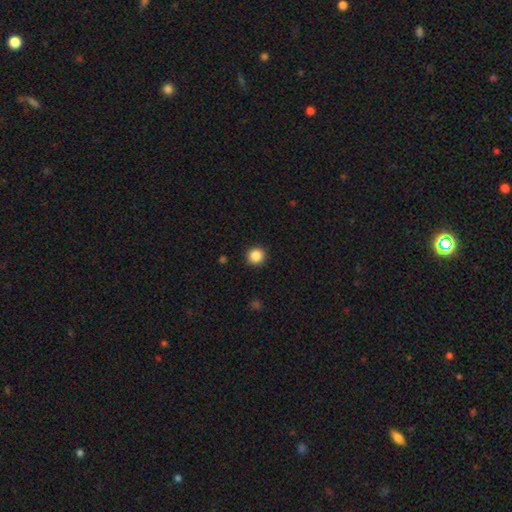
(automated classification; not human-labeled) Smooth or featured: smooth — 86% (star or artifact — 10%)
How rounded: round — 95% (in between — 4%)
Merging: none — 93% (minor disturbance — 5%)